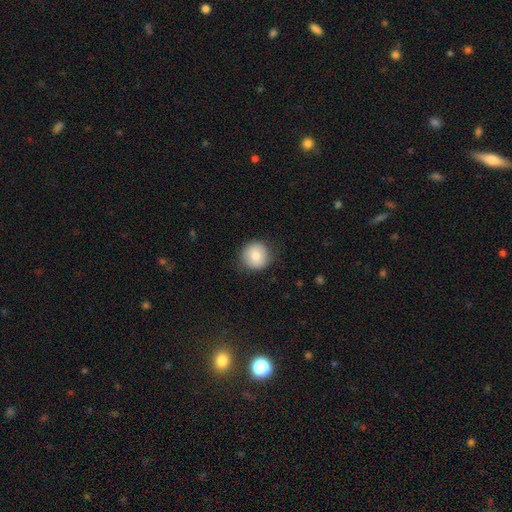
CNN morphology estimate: type=smooth (81%); roundness=round (92%); merging=none (84%).